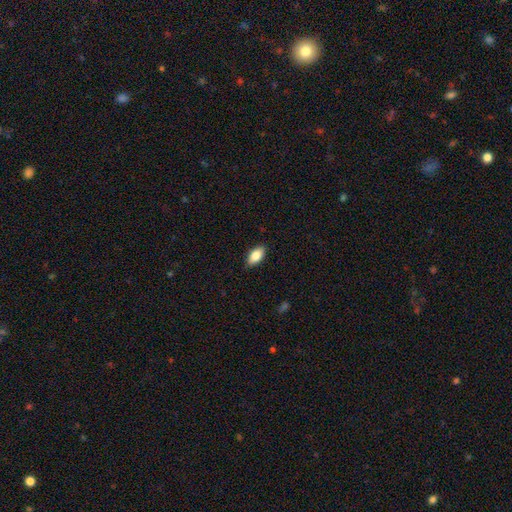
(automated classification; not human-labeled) smooth 84%, featured or disk 10%, star or artifact 7%. Down the decision tree: how rounded — in between (91%); merging — none (88%).